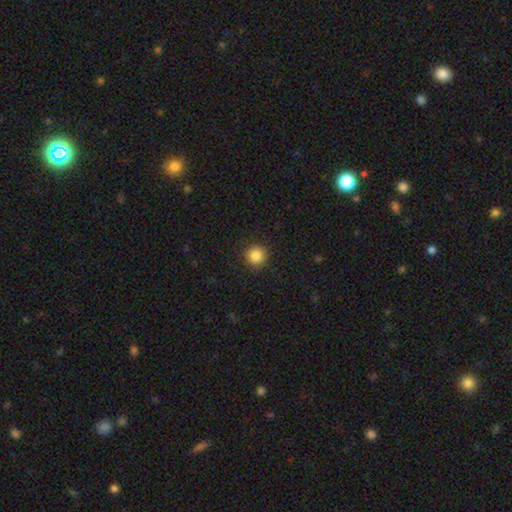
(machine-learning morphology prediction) This appears to be a smooth galaxy with no disk features (86%) that is round (94%). Merging: none (90%).